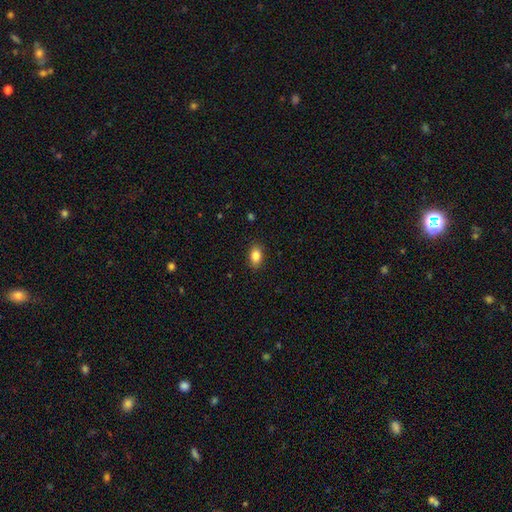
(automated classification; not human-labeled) smooth 86%, star or artifact 8%, featured or disk 5%. Down the decision tree: how rounded — in between (85%); merging — none (88%).